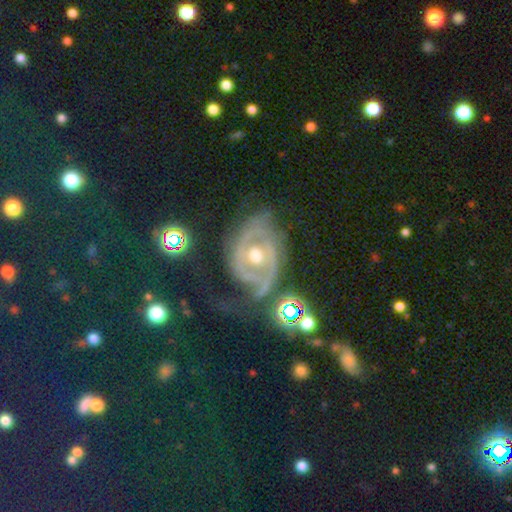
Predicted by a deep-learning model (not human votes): Smooth or featured?
  - featured or disk: 76% *
  - star or artifact: 13%
  - smooth: 11%
Edge-on disk?
  - no: 96% *
  - yes: 4%
Bar?
  - no: 60% *
  - weak: 28%
  - strong: 12%
Spiral arms?
  - yes: 81% *
  - no: 19%
Spiral winding?
  - tight: 54% *
  - medium: 34%
  - loose: 12%
Spiral arm count?
  - 2: 57% *
  - can't tell: 21%
  - 3: 8%
  - 1: 7%
  - 4: 3%
  - more than 4: 3%
Bulge size?
  - moderate: 75% *
  - small: 18%
  - large: 4%
  - none: 1%
  - dominant: 1%
Merging?
  - none: 55% *
  - minor disturbance: 23%
  - major disturbance: 18%
  - merger: 4%